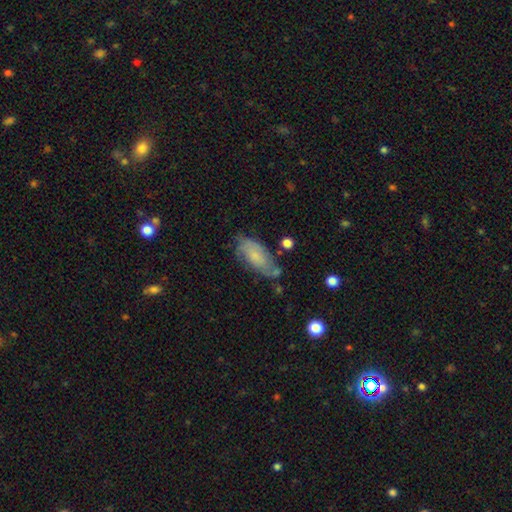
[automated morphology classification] smooth-or-featured: smooth: 63% | featured or disk: 31% | star or artifact: 7%
  how-rounded: in between: 85% | cigar-shaped: 12% | round: 3%
  merging: none: 56% | minor disturbance: 29% | major disturbance: 9% | merger: 6%